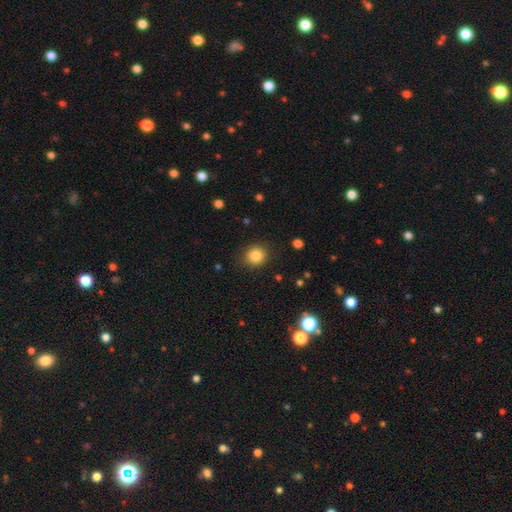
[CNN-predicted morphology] Overall: smooth (85%). How rounded: round (83%). Merging: none (88%).